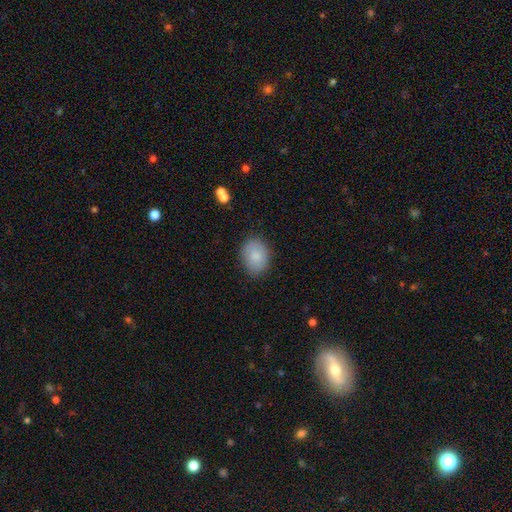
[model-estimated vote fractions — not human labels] smooth 85%, featured or disk 8%, star or artifact 7%. Down the decision tree: how rounded — in between (70%); merging — none (82%).